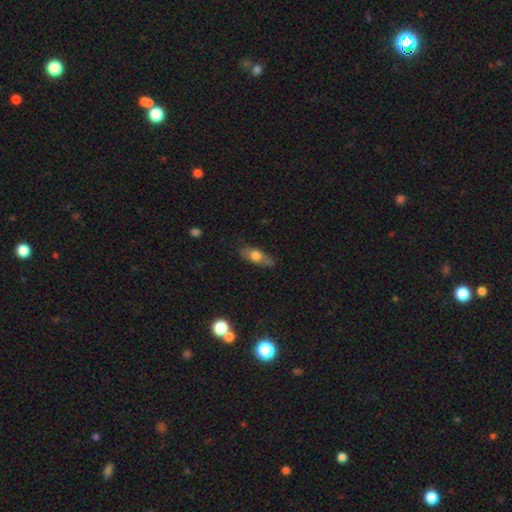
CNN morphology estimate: smooth 62%, featured or disk 31%, star or artifact 7%. Down the decision tree: how rounded — in between (66%); merging — none (79%).